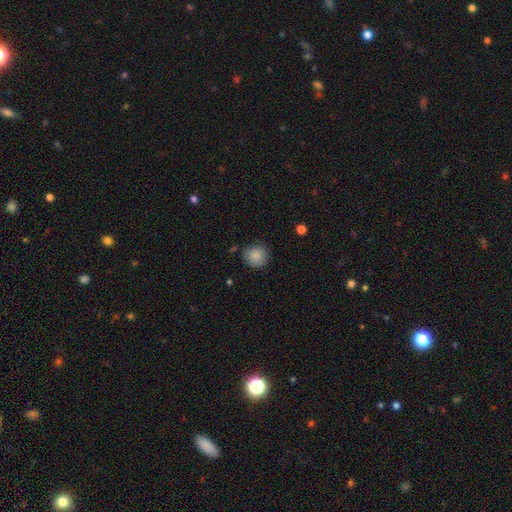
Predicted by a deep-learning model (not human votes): A smooth galaxy with no disk features (87%) that is round (91%). Merging: none (84%).